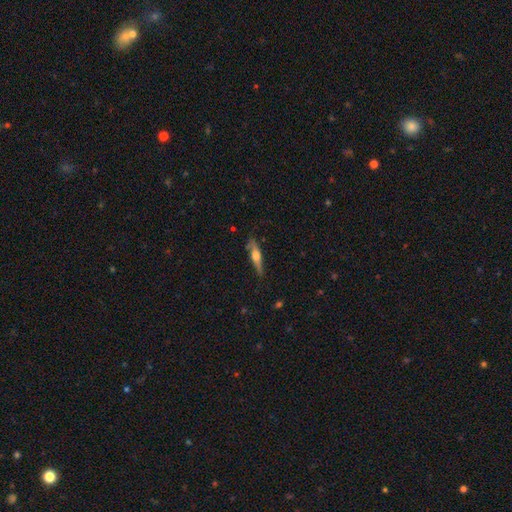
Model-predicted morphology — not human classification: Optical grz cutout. It shows a featured or disk galaxy (56%) viewed edge-on (92%) with a rounded central bulge (87%). Merging: none (78%).